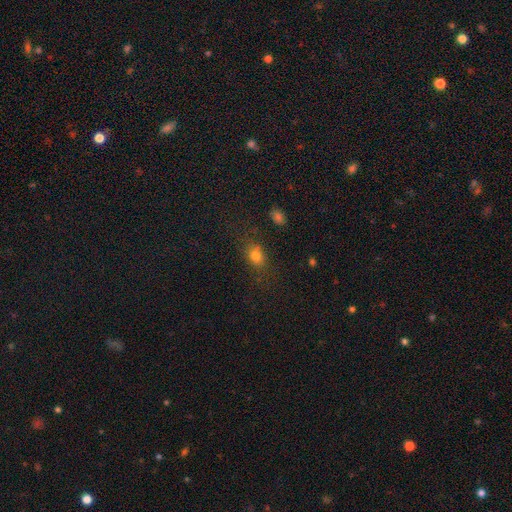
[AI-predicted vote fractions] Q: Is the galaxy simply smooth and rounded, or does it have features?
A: smooth — 77%.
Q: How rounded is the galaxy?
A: in between — 64%.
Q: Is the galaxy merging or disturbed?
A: none — 70%.